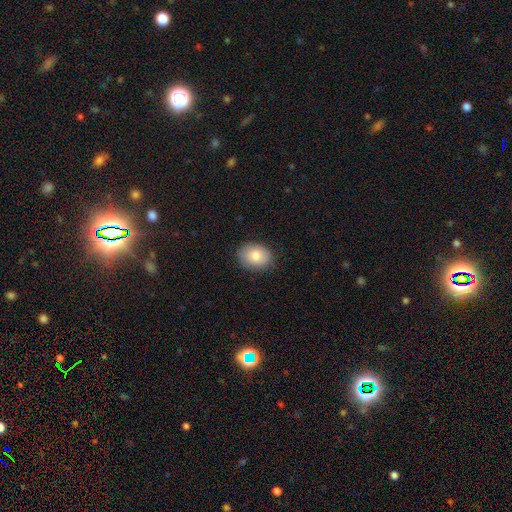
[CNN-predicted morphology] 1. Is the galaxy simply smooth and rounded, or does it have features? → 82% smooth, 11% featured or disk, 7% star or artifact.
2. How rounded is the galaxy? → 71% in between, 28% round, 1% cigar-shaped.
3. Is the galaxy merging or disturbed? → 86% none, 11% minor disturbance, 2% major disturbance, 1% merger.